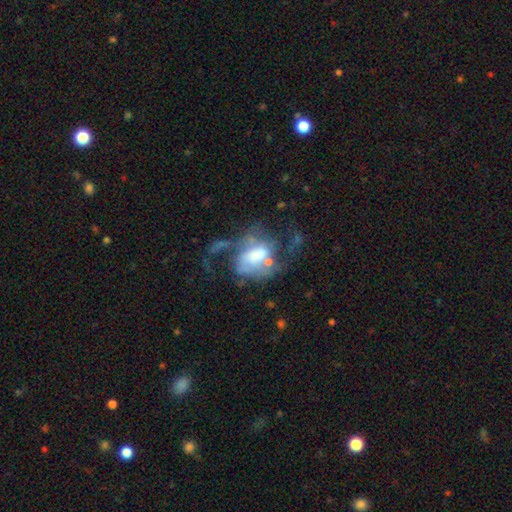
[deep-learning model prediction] This appears to be a featured or disk galaxy (67%) with no bar (56%), spiral arms (67%) and a large central bulge (38%). Merging: major disturbance (50%).